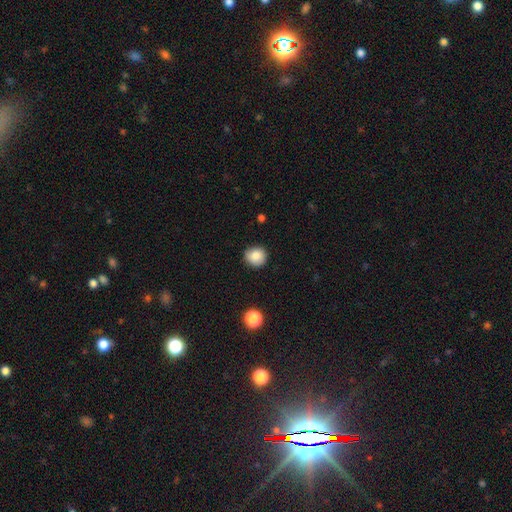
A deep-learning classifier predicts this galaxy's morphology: The model was most divided on "merging": none: 83%, minor disturbance: 13%, major disturbance: 2%, merger: 1%. More confident: how rounded — round (88%); smooth or featured — smooth (85%).